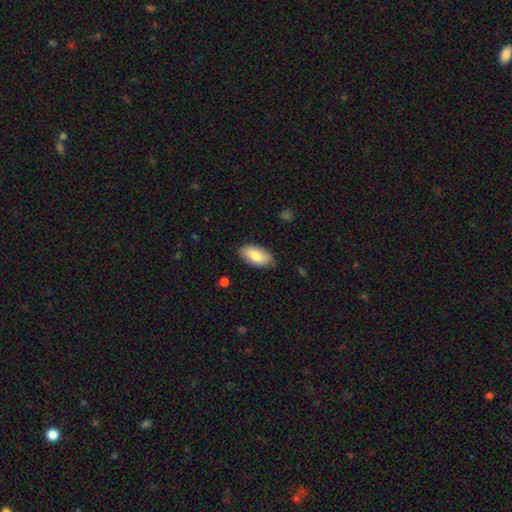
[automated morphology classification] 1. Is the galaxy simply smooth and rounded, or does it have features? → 83% smooth, 11% featured or disk, 6% star or artifact.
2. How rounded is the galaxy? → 94% in between, 3% cigar-shaped, 3% round.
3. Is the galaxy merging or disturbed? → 82% none, 14% minor disturbance, 3% major disturbance, 1% merger.